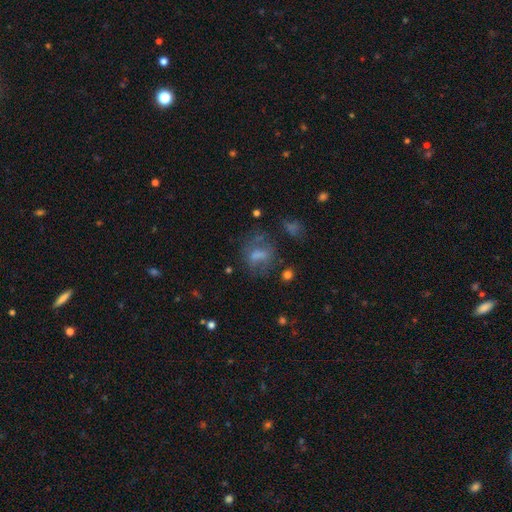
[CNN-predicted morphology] Q: Smooth or featured?
A: smooth (43%); runner-up: featured or disk (34%)
Q: Merging?
A: none (56%); runner-up: major disturbance (20%)